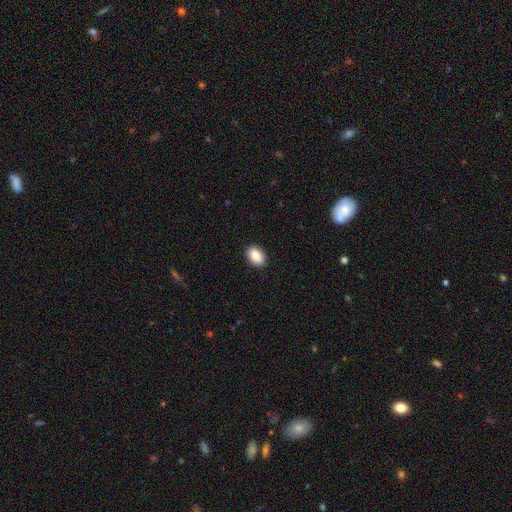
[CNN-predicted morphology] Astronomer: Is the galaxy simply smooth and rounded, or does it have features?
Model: smooth — 88%.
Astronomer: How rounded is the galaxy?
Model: in between — 87%.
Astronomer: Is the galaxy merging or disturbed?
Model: none — 90%.